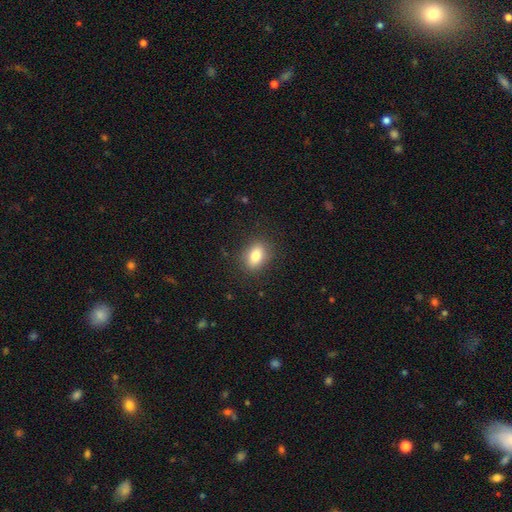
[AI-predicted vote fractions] The model was most divided on "how rounded": in between: 77%, round: 19%, cigar-shaped: 3%. More confident: merging — none (86%); smooth or featured — smooth (81%).